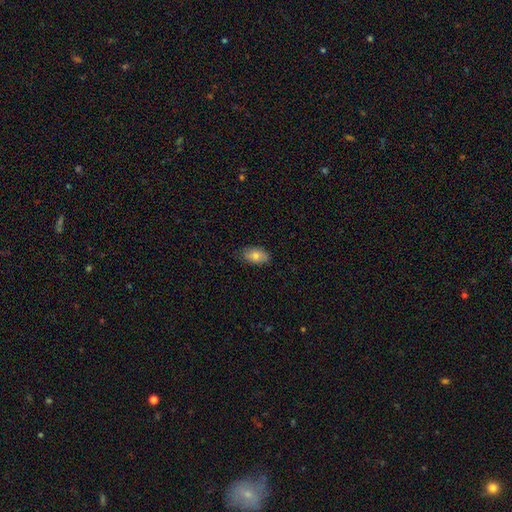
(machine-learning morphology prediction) Smooth or featured? smooth (80%)
How rounded? in between (92%)
Merging? none (82%)